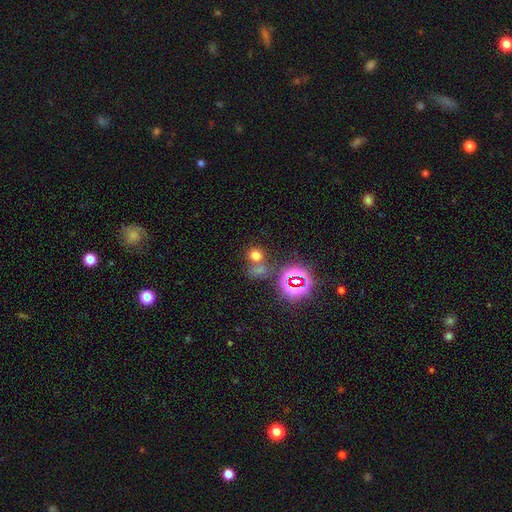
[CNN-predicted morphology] The model was most divided on "merging": none: 56%, merger: 30%, minor disturbance: 9%, major disturbance: 5%. More confident: how rounded — round (78%); smooth or featured — smooth (63%).